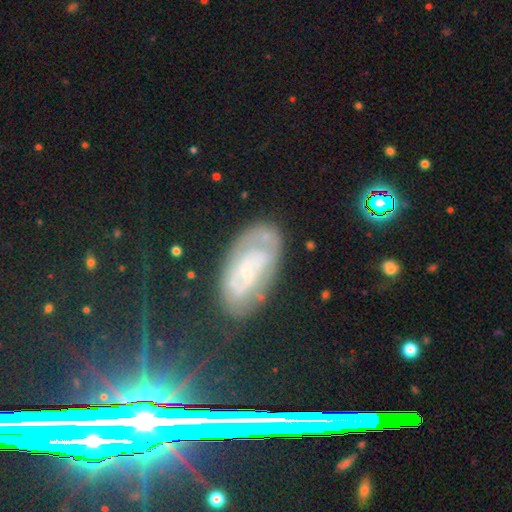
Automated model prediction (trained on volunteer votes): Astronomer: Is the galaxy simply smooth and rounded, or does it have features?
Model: featured or disk — 59%.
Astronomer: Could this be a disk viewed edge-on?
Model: no — 89%.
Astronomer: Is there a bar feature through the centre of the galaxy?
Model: no — 54% (runner-up: weak, 34%).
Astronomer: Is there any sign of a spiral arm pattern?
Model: yes — 80%.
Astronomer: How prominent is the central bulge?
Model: small — 67%.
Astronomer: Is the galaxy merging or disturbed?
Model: none — 74%.